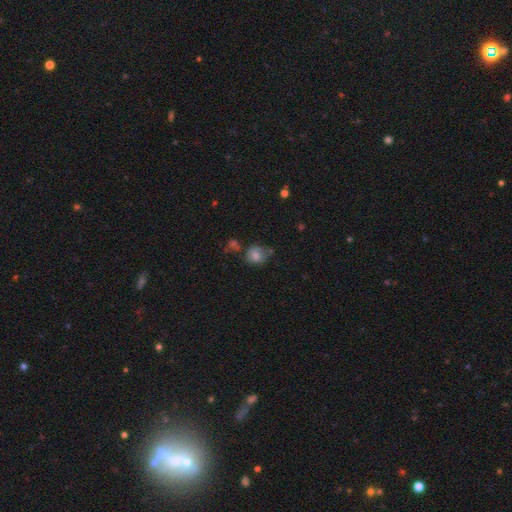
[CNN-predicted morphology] A smooth galaxy with no disk features (68%) that is round (64%). Merging: none (55%).